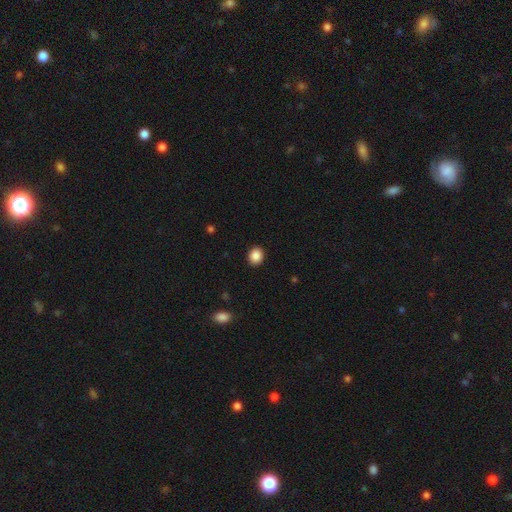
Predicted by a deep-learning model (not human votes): smooth_or_featured: smooth (p=0.88) [alt: star or artifact p=0.09]
how_rounded: round (p=0.70) [alt: in between p=0.29]
merging: none (p=0.91) [alt: minor disturbance p=0.06]